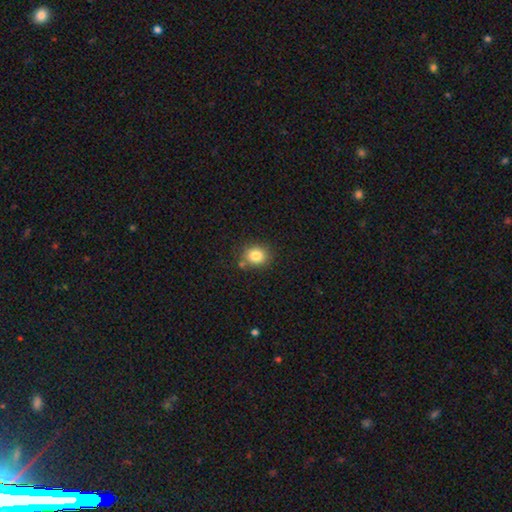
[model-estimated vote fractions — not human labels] smooth 83%, star or artifact 11%, featured or disk 7%. Down the decision tree: how rounded — round (74%); merging — none (78%).